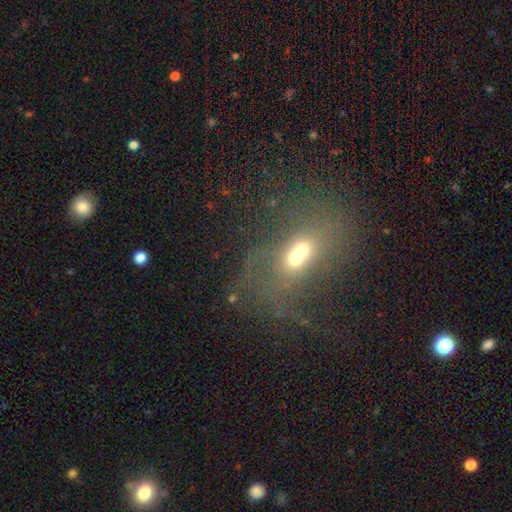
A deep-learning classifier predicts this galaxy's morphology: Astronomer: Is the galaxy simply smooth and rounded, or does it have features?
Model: featured or disk — 39% (runner-up: smooth, 37%).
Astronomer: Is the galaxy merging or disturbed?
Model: none — 45% (runner-up: major disturbance, 21%).